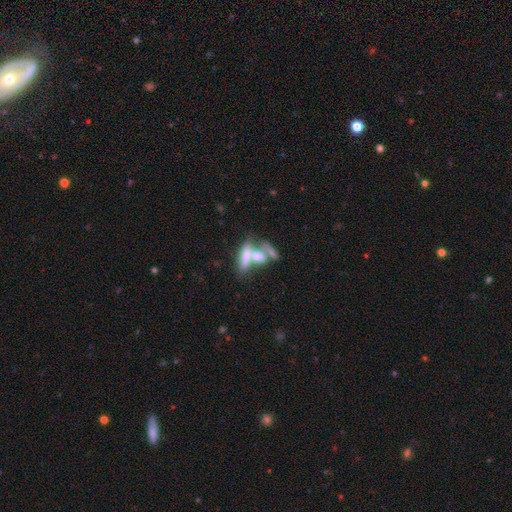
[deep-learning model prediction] This appears to be a smooth galaxy with no disk features (56%) that is in between round and cigar-shaped (60%). Merging: merger (60%).